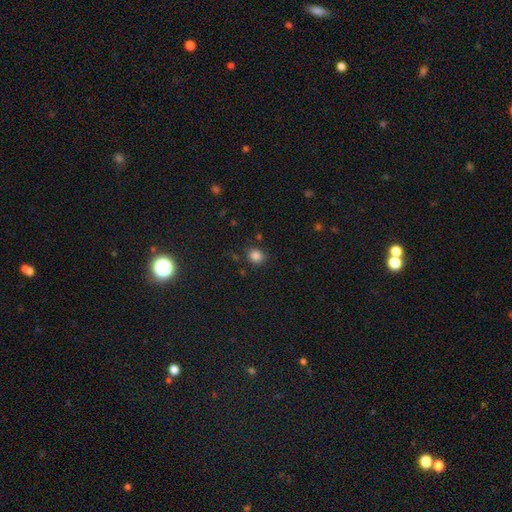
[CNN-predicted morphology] Smooth or featured? smooth (84%)
How rounded? round (75%)
Merging? none (83%)